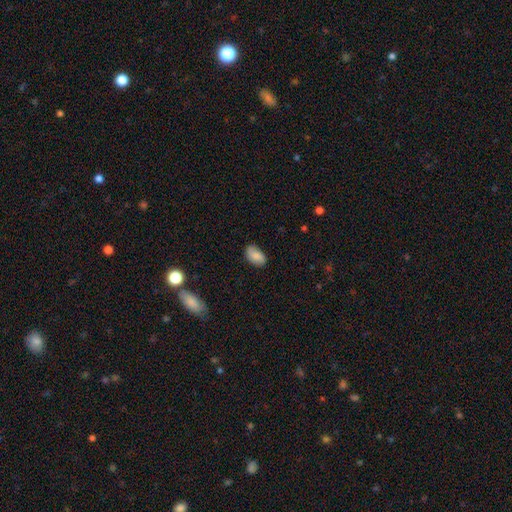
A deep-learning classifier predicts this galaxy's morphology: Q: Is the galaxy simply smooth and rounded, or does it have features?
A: smooth — 83%.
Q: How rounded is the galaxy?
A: in between — 93%.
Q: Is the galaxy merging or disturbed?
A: none — 78%.